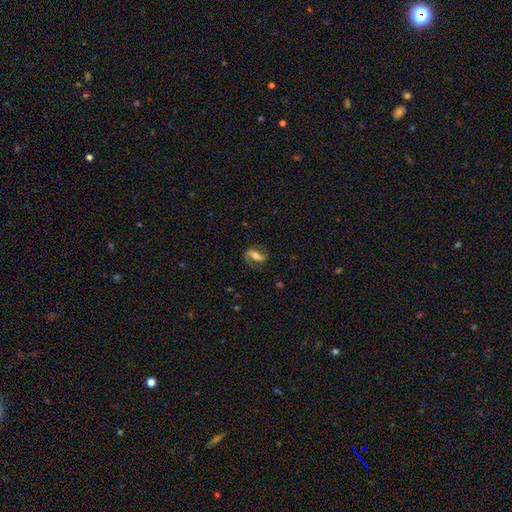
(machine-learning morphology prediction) Overall: featured or disk (64%; smooth 27%). Edge-on disk: no (92%). Bar: strong (46%; weak 31%). Spiral arms: yes (88%). Spiral arm count: 2 (82%). Spiral winding: medium (42%; loose 39%). Bulge size: moderate (49%; small 27%). Merging: none (68%).